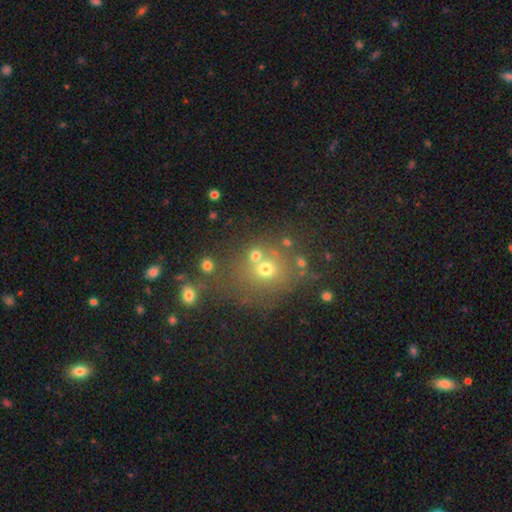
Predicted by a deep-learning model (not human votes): This appears to be a smooth galaxy with no disk features (64%) that is round (80%). Merging: none (61%).